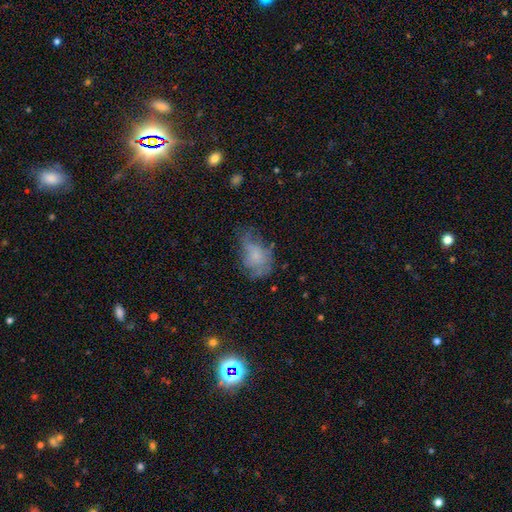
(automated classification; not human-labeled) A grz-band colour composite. It shows a smooth galaxy with no disk features (55%) that is in between round and cigar-shaped (80%). Merging: none (34%).